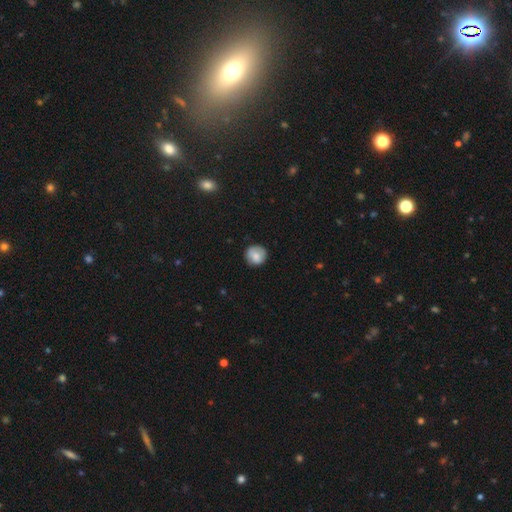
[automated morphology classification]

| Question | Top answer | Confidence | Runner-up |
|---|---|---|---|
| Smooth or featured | smooth | 79% | featured or disk (13%) |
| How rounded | round | 91% | in between (8%) |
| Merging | none | 83% | minor disturbance (13%) |